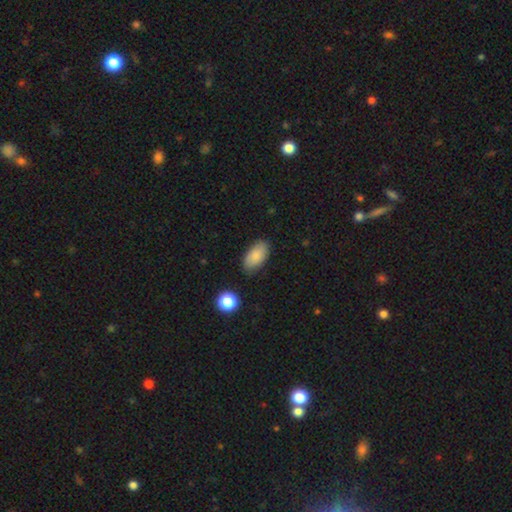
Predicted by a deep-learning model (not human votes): The model was most divided on "merging": none: 81%, minor disturbance: 14%, major disturbance: 3%, merger: 2%. More confident: how rounded — in between (93%); smooth or featured — smooth (86%).